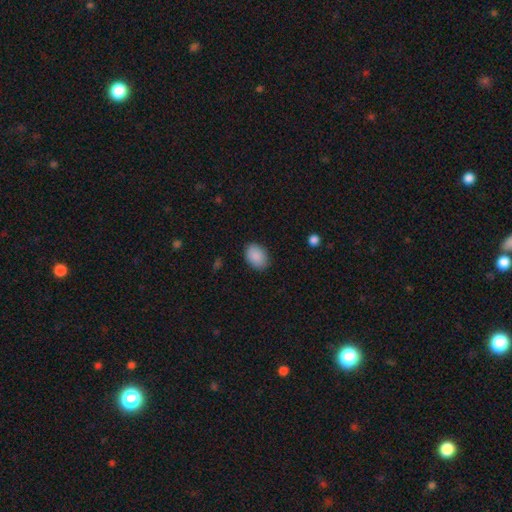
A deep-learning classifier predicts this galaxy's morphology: Q: Smooth or featured?
A: smooth (90%); runner-up: star or artifact (7%)
Q: How rounded?
A: in between (77%); runner-up: round (22%)
Q: Merging?
A: none (85%); runner-up: minor disturbance (11%)